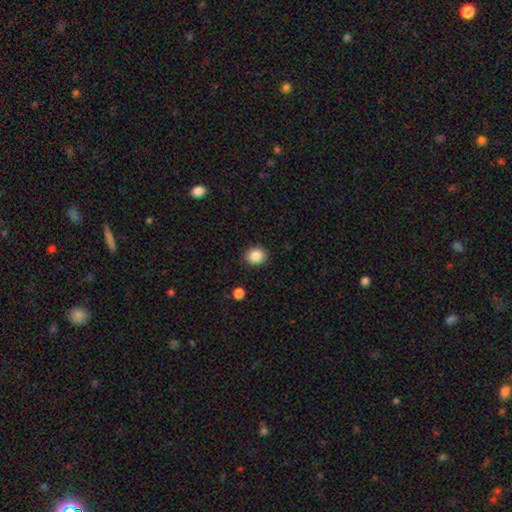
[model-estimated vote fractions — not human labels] Smooth or featured?
  - smooth: 86% *
  - star or artifact: 10%
  - featured or disk: 5%
How rounded?
  - round: 73% *
  - in between: 26%
  - cigar-shaped: 1%
Merging?
  - none: 90% *
  - minor disturbance: 7%
  - major disturbance: 2%
  - merger: 1%